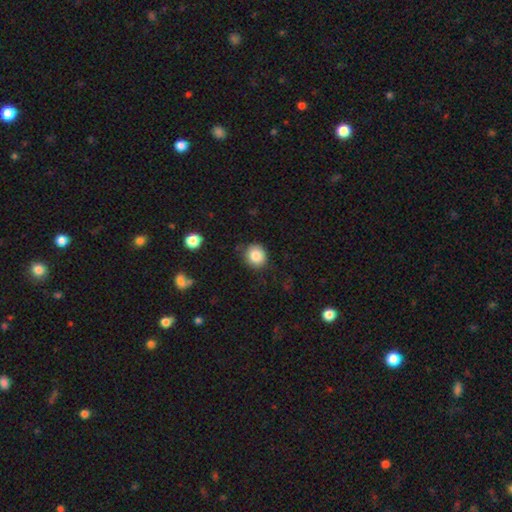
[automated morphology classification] The model was most divided on "how rounded": round: 83%, in between: 16%, cigar-shaped: 1%. More confident: smooth or featured — smooth (86%); merging — none (84%).